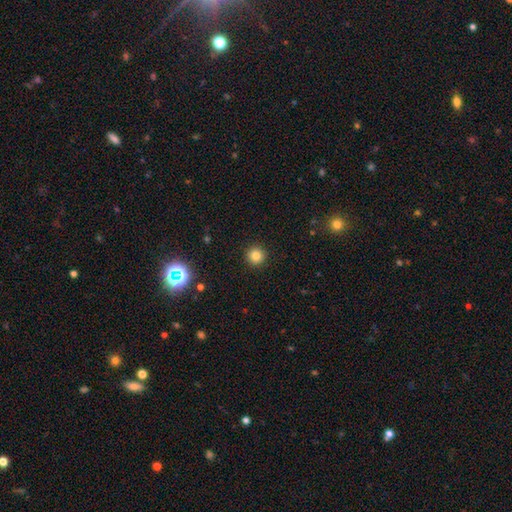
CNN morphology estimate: type=smooth (81%); roundness=round (95%); merging=none (93%).